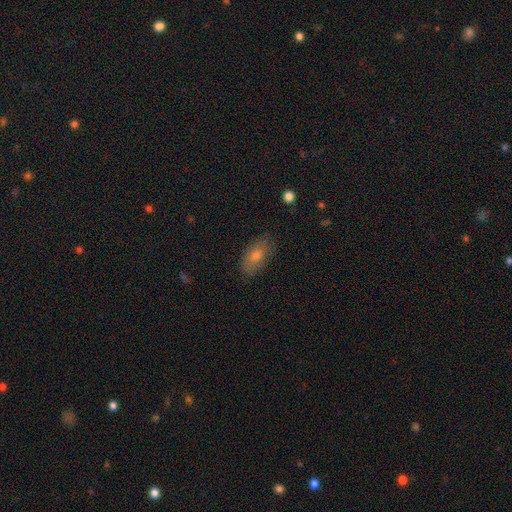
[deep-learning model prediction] Q: Smooth or featured?
A: smooth (69%); runner-up: featured or disk (21%)
Q: How rounded?
A: in between (89%); runner-up: round (6%)
Q: Merging?
A: none (81%); runner-up: minor disturbance (14%)